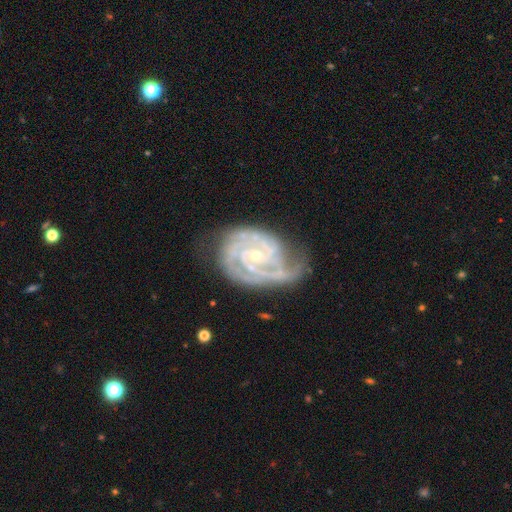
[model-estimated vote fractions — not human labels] smooth_or_featured: featured or disk (p=0.91) [alt: star or artifact p=0.05]
disk_edge_on: no (p=0.97) [alt: yes p=0.03]
bar: no (p=0.53) [alt: weak p=0.35]
has_spiral_arms: yes (p=0.98) [alt: no p=0.02]
spiral_winding: tight (p=0.73) [alt: medium p=0.24]
spiral_arm_count: 2 (p=0.34) [alt: 3 p=0.33]
bulge_size: small (p=0.71) [alt: moderate p=0.26]
merging: none (p=0.62) [alt: minor disturbance p=0.25]